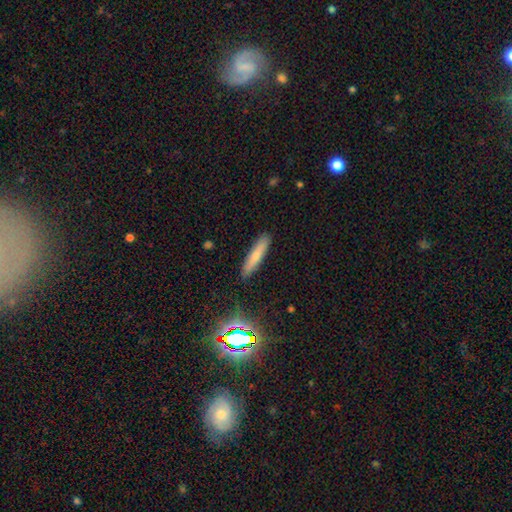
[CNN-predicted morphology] A smooth galaxy with no disk features (67%) that is cigar-shaped (84%). Merging: none (89%).